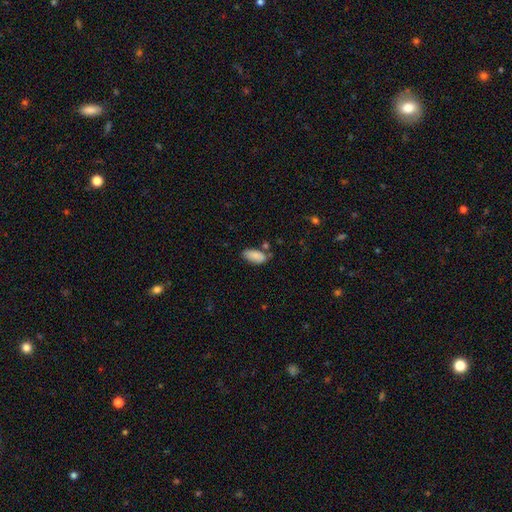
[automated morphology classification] This is clearly a smooth galaxy (87%). How rounded: clearly in between (92%). Merging: likely none (67%).